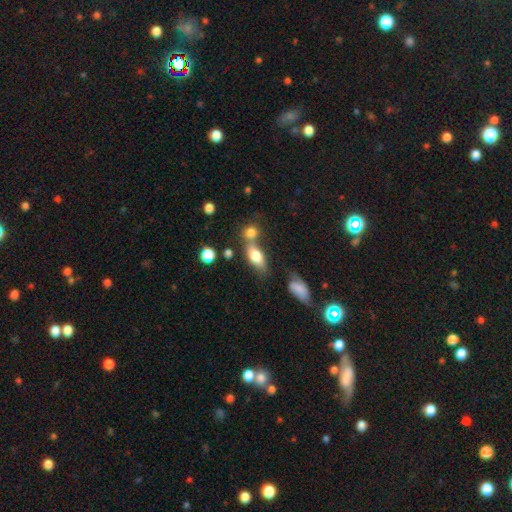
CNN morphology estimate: Q: Smooth or featured?
A: smooth (76%); runner-up: featured or disk (16%)
Q: How rounded?
A: in between (80%); runner-up: cigar-shaped (11%)
Q: Merging?
A: merger (40%); runner-up: none (39%)